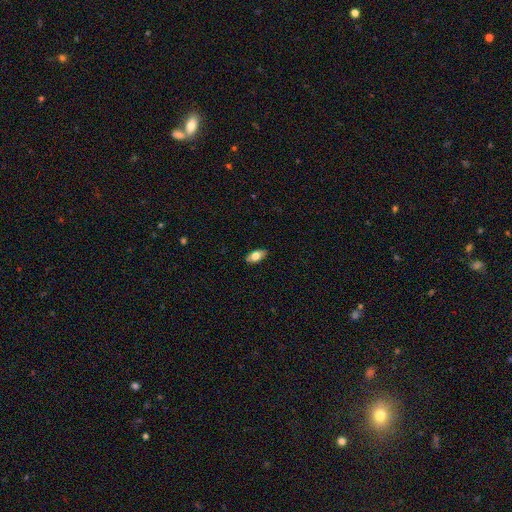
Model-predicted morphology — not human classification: smooth-or-featured: smooth: 76% | featured or disk: 17% | star or artifact: 7%
  how-rounded: in between: 90% | cigar-shaped: 5% | round: 4%
  merging: none: 86% | minor disturbance: 11% | major disturbance: 2% | merger: 1%